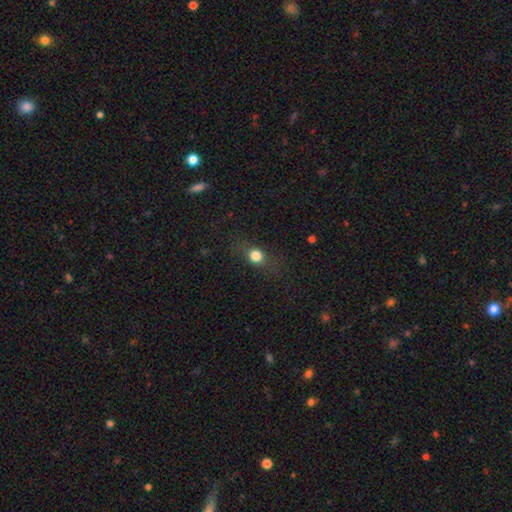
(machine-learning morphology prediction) Smooth or featured?
  - smooth: 72% *
  - featured or disk: 15%
  - star or artifact: 14%
How rounded?
  - round: 59% *
  - in between: 35%
  - cigar-shaped: 6%
Merging?
  - none: 77% *
  - minor disturbance: 15%
  - major disturbance: 7%
  - merger: 1%